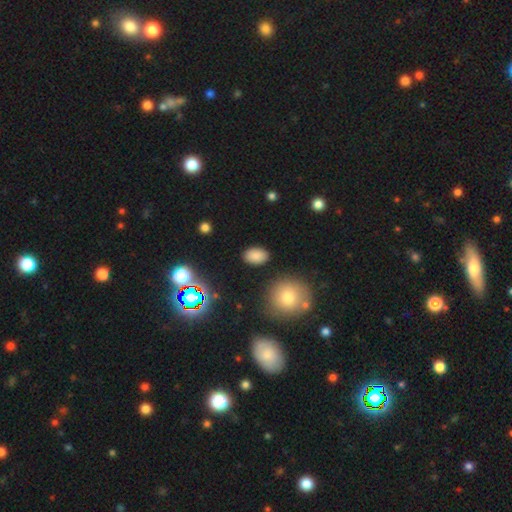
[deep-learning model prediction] smooth-or-featured: smooth: 82% | star or artifact: 13% | featured or disk: 6%
  how-rounded: in between: 88% | round: 10% | cigar-shaped: 1%
  merging: none: 88% | minor disturbance: 8% | major disturbance: 3% | merger: 2%